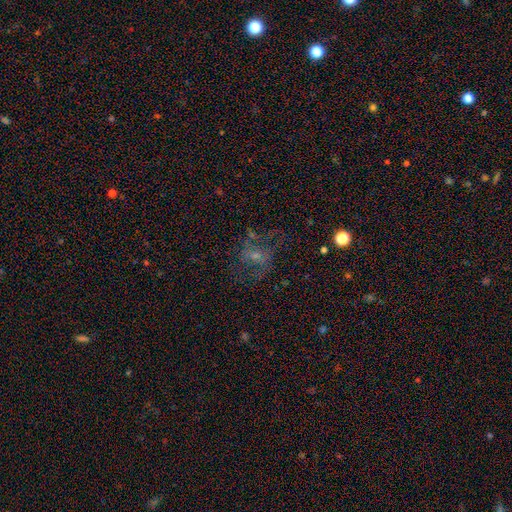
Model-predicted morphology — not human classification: smooth-or-featured: featured or disk: 53% | smooth: 31% | star or artifact: 16%
  disk-edge-on: no: 97% | yes: 3%
    bar: no: 56% | weak: 34% | strong: 10%
    has-spiral-arms: yes: 58% | no: 42%
    bulge-size: small: 53% | moderate: 32% | none: 10% | large: 3% | dominant: 1%
  merging: none: 49% | major disturbance: 28% | minor disturbance: 19% | merger: 4%